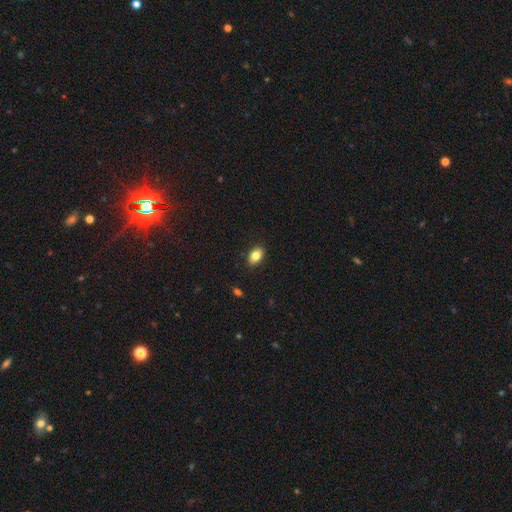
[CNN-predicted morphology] Q: Smooth or featured?
A: smooth (83%); runner-up: featured or disk (8%)
Q: How rounded?
A: in between (88%); runner-up: round (10%)
Q: Merging?
A: none (88%); runner-up: minor disturbance (9%)